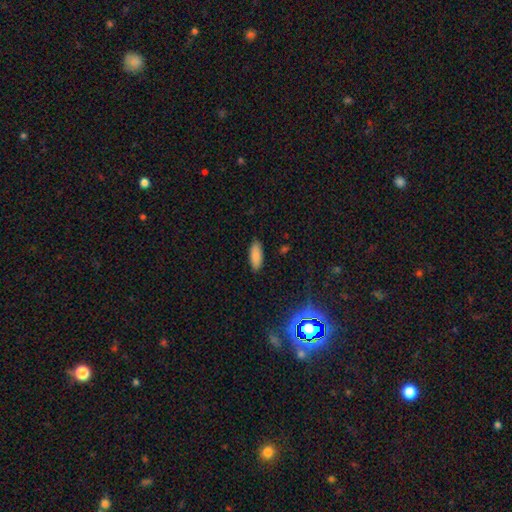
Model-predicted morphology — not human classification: smooth-or-featured: smooth: 86% | star or artifact: 8% | featured or disk: 5%
  how-rounded: in between: 78% | cigar-shaped: 20% | round: 2%
  merging: none: 88% | minor disturbance: 9% | major disturbance: 2% | merger: 1%